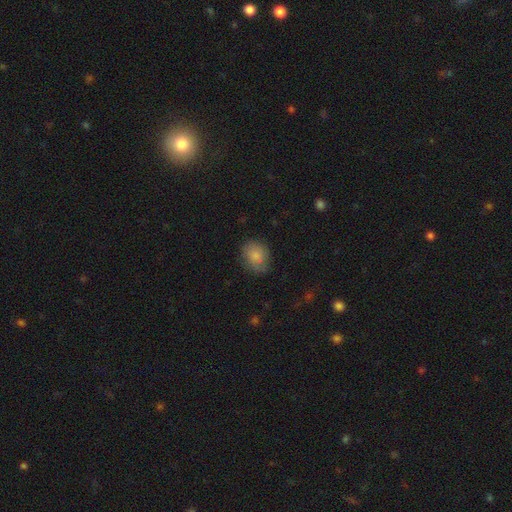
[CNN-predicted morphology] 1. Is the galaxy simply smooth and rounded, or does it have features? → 81% smooth, 11% featured or disk, 8% star or artifact.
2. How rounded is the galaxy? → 51% in between, 48% round, 1% cigar-shaped.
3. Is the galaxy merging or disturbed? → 71% none, 22% minor disturbance, 6% major disturbance, 1% merger.